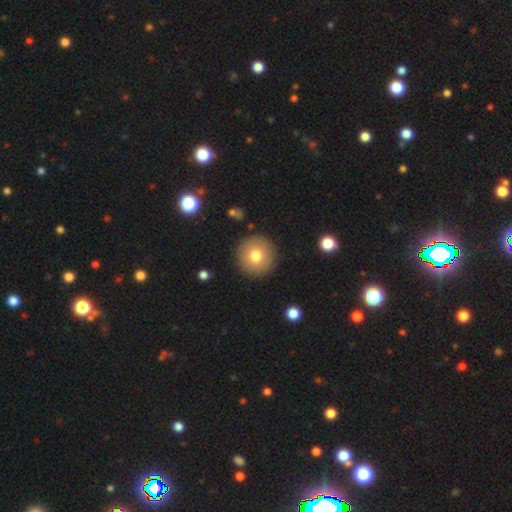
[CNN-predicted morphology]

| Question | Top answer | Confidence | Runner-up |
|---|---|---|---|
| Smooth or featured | smooth | 76% | featured or disk (14%) |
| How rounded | round | 96% | in between (3%) |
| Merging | none | 90% | minor disturbance (6%) |